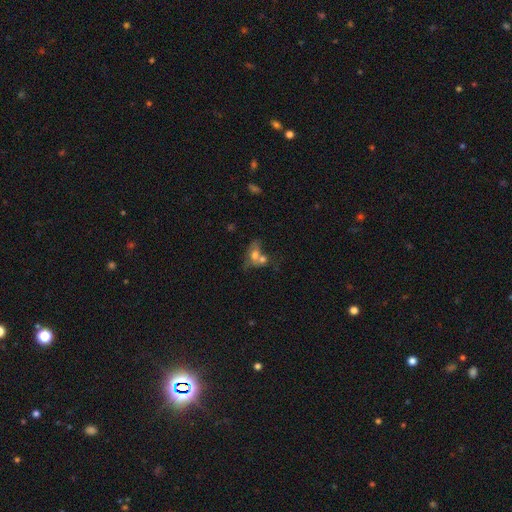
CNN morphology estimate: This is possibly a smooth galaxy (59%). How rounded: likely in between (63%). Merging: possibly merger (59%).